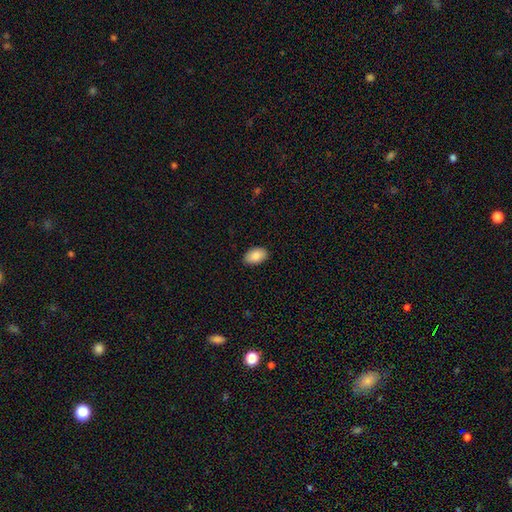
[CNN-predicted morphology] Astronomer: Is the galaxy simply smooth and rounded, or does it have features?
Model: smooth — 87%.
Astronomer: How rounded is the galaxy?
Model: in between — 92%.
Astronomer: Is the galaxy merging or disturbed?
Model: none — 89%.